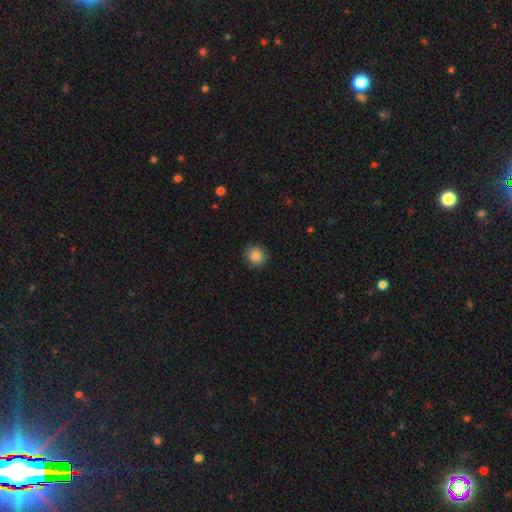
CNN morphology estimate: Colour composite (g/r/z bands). It shows a smooth galaxy with no disk features (86%) that is round (83%). Merging: none (87%).